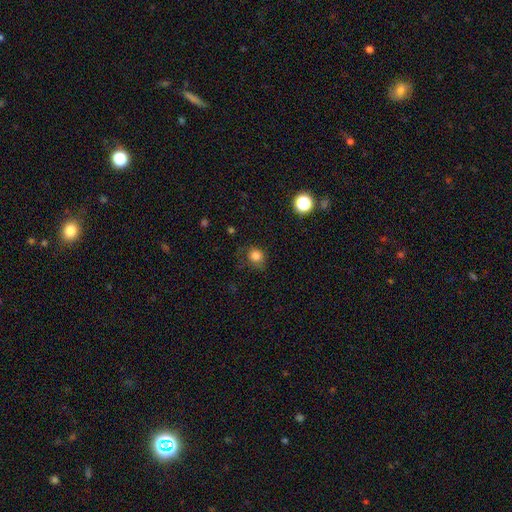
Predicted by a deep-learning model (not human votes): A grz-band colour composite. It shows a smooth galaxy with no disk features (81%) that is round (79%). Merging: none (64%).